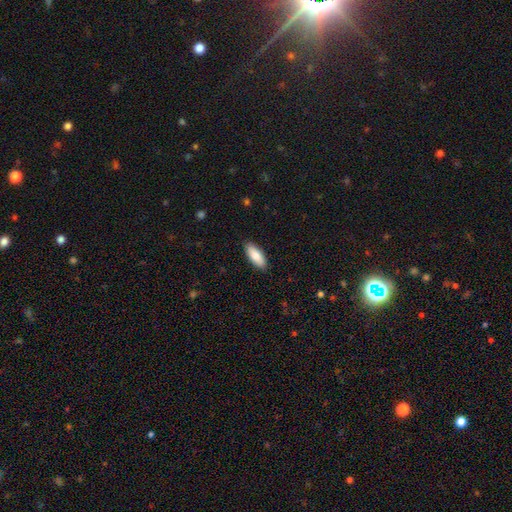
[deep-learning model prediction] Overall: smooth (85%). How rounded: in between (76%). Merging: none (89%).